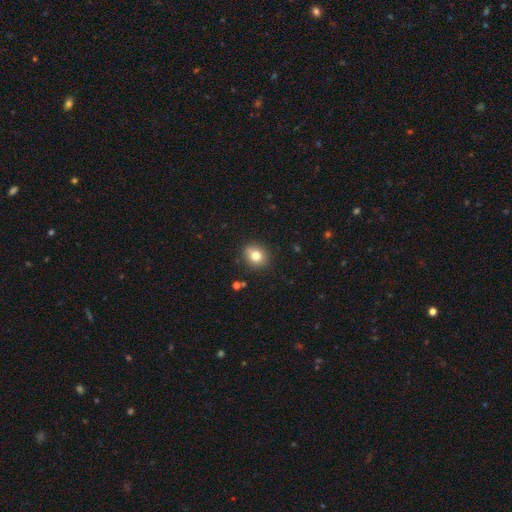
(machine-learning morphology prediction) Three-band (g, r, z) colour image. It shows a smooth galaxy with no disk features (78%) that is round (65%). Merging: none (83%).